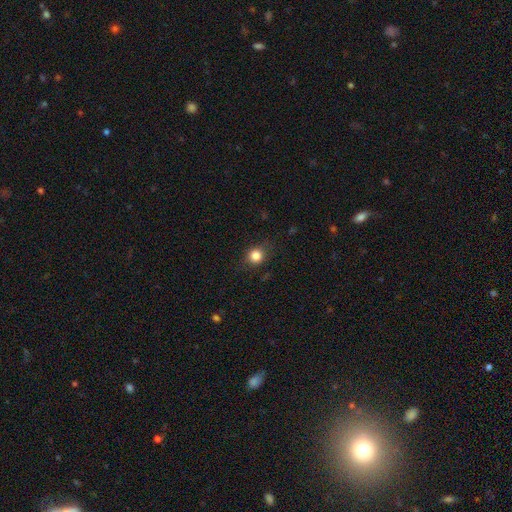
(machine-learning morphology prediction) type=smooth (83%); roundness=round (84%); merging=none (82%).